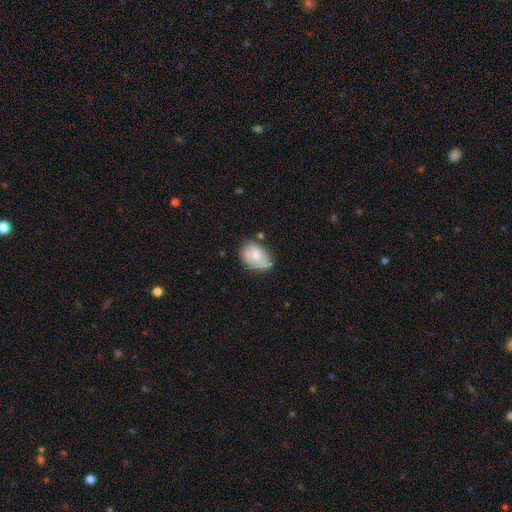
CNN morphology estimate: Q: Smooth or featured?
A: smooth (60%); runner-up: featured or disk (33%)
Q: How rounded?
A: in between (80%); runner-up: round (19%)
Q: Merging?
A: none (46%); runner-up: minor disturbance (35%)